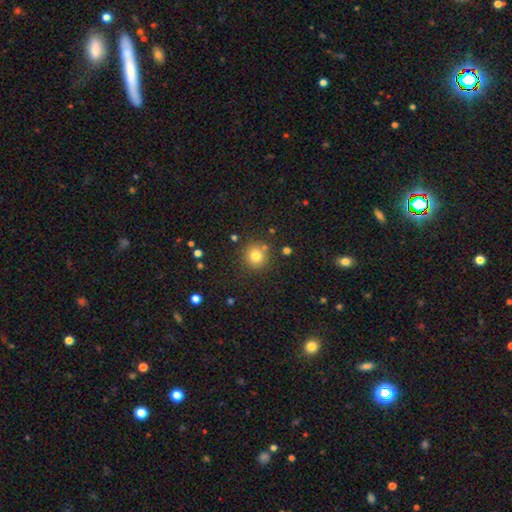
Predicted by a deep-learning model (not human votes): Smooth or featured: smooth — 79% (star or artifact — 14%)
How rounded: round — 91% (in between — 8%)
Merging: none — 82% (minor disturbance — 9%)